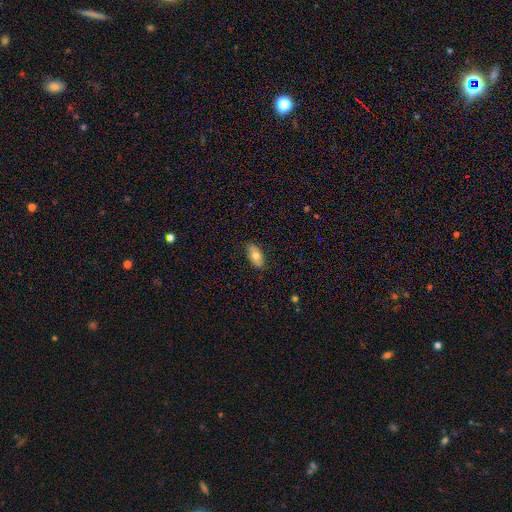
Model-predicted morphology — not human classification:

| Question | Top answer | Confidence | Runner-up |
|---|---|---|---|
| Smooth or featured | smooth | 71% | featured or disk (22%) |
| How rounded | in between | 87% | cigar-shaped (9%) |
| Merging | none | 84% | minor disturbance (12%) |